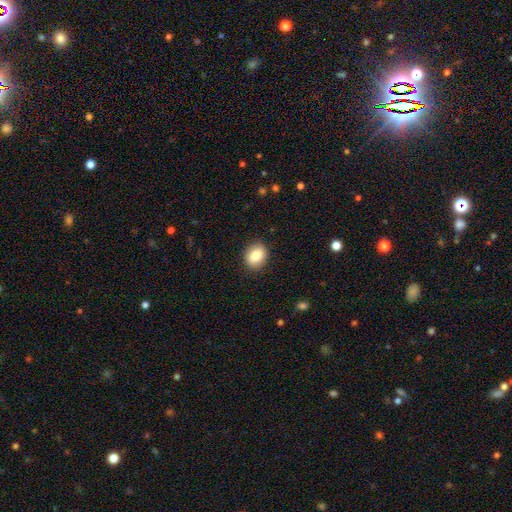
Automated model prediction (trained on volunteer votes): Smooth or featured? Predicted: smooth (p=0.83). How rounded? Predicted: round (p=0.52). Merging? Predicted: none (p=0.89).